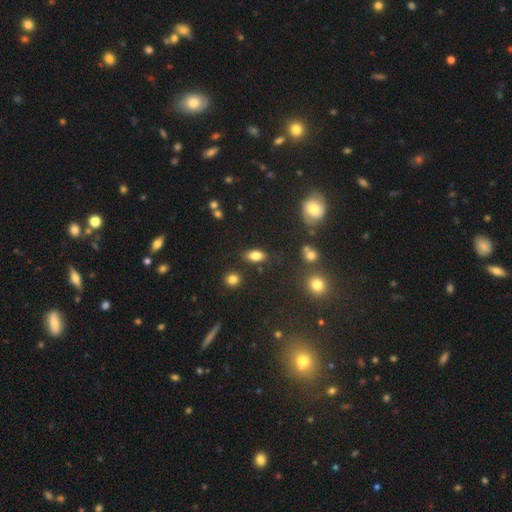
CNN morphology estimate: smooth_or_featured: smooth (p=0.81) [alt: star or artifact p=0.10]
how_rounded: in between (p=0.88) [alt: round p=0.07]
merging: none (p=0.80) [alt: minor disturbance p=0.13]